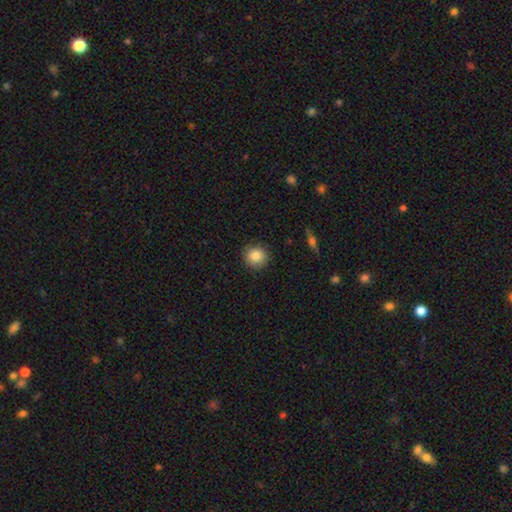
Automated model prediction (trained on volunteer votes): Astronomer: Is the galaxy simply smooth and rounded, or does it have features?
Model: smooth — 84%.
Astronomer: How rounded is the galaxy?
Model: round — 91%.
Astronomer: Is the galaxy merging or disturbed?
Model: none — 90%.